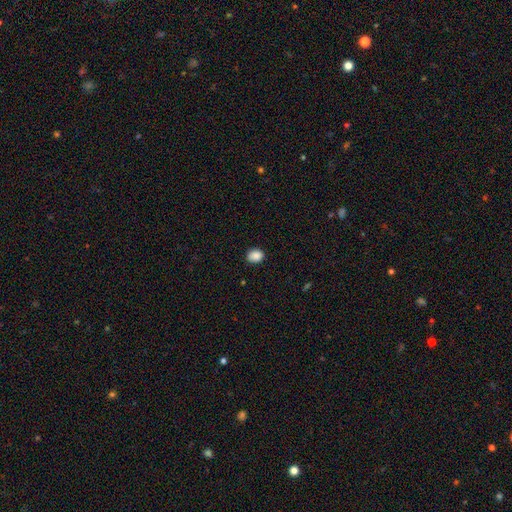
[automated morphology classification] Smooth or featured? Predicted: smooth (p=0.88). How rounded? Predicted: round (p=0.58). Merging? Predicted: none (p=0.86).